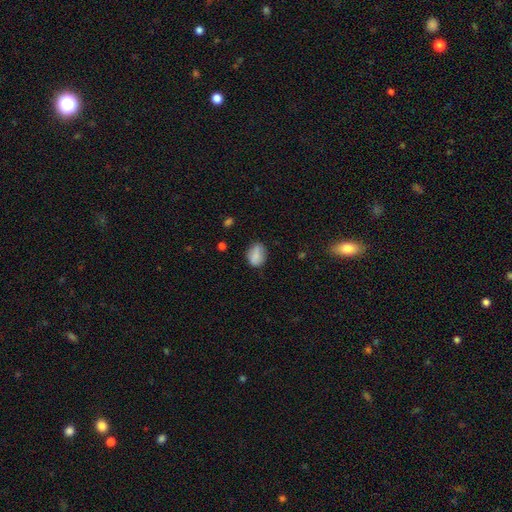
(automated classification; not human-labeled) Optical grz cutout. It shows a smooth galaxy with no disk features (81%) that is in between round and cigar-shaped (71%). Merging: none (70%).